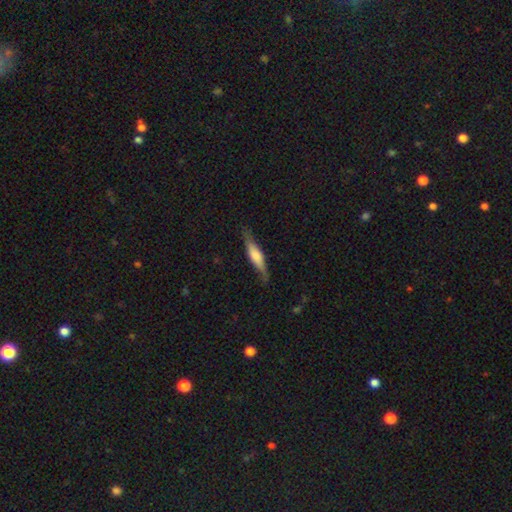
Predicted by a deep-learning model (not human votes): Smooth or featured: featured or disk — 49% (smooth — 45%)
Merging: none — 78% (minor disturbance — 17%)